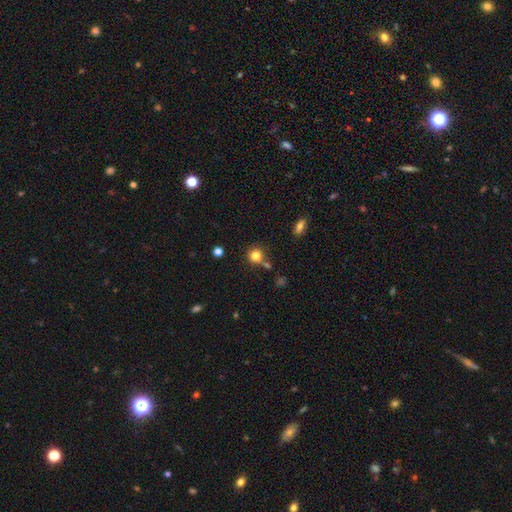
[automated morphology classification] The model was most divided on "merging": none: 69%, merger: 15%, minor disturbance: 12%, major disturbance: 4%. More confident: how rounded — round (90%); smooth or featured — smooth (80%).